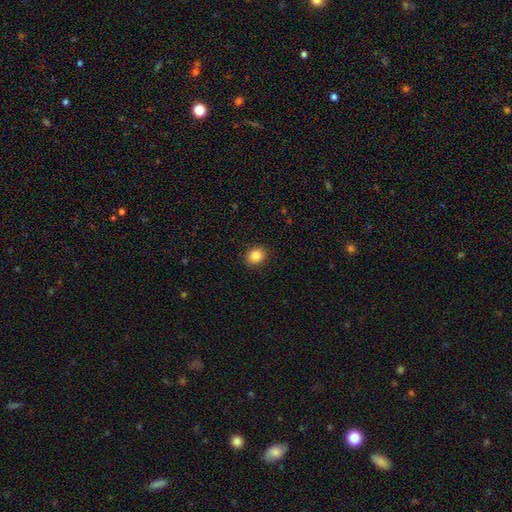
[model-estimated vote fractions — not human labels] A smooth galaxy with no disk features (85%) that is round (73%). Merging: none (90%).